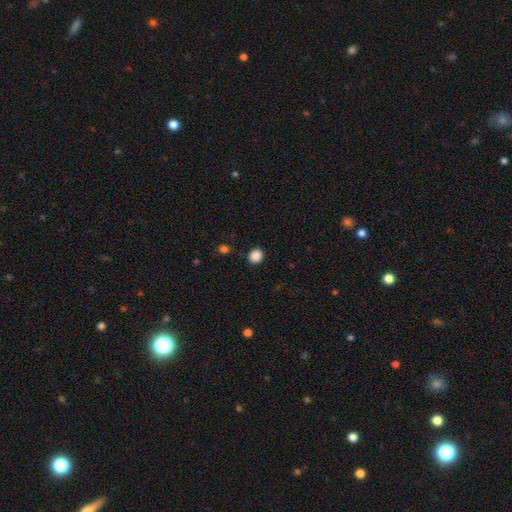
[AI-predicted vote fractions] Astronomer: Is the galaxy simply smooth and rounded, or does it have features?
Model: smooth — 88%.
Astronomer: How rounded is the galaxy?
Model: round — 79%.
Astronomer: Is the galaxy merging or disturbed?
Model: none — 91%.